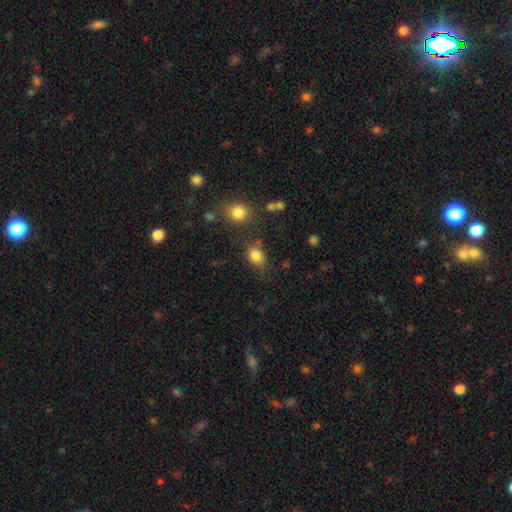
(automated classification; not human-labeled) Smooth or featured?
  - smooth: 83% *
  - star or artifact: 11%
  - featured or disk: 6%
How rounded?
  - in between: 61% *
  - round: 38%
  - cigar-shaped: 1%
Merging?
  - none: 67% *
  - minor disturbance: 18%
  - merger: 8%
  - major disturbance: 7%